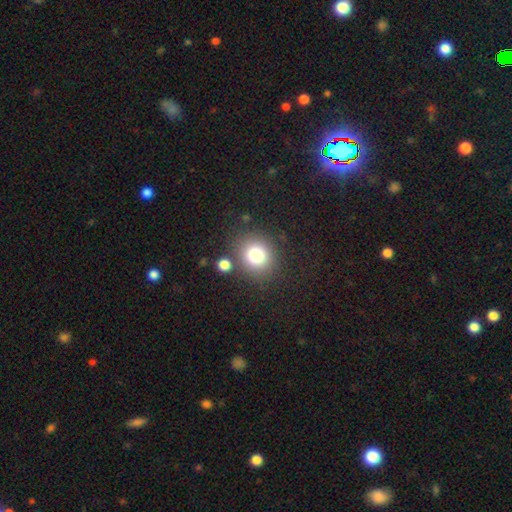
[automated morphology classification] Smooth or featured?
  - smooth: 78% *
  - star or artifact: 13%
  - featured or disk: 9%
How rounded?
  - round: 84% *
  - in between: 15%
  - cigar-shaped: 1%
Merging?
  - none: 82% *
  - minor disturbance: 8%
  - merger: 6%
  - major disturbance: 4%